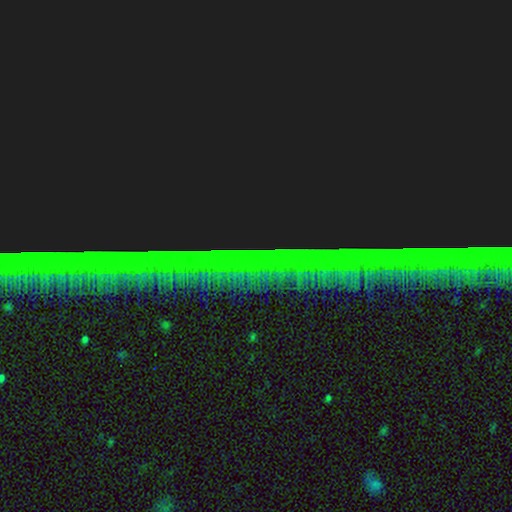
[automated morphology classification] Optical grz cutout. It shows a star or artifact, not a galaxy (87%).